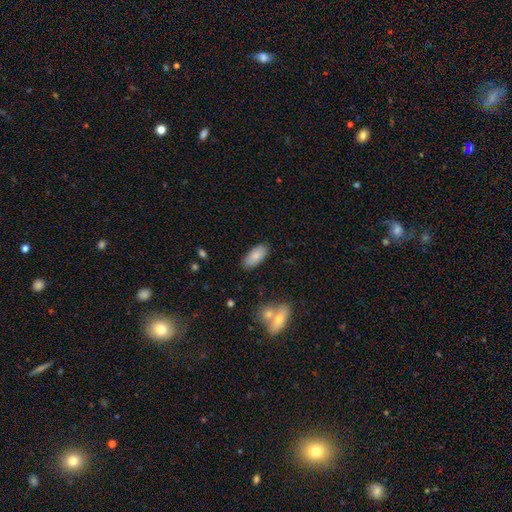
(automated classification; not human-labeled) Smooth or featured: smooth — 83% (featured or disk — 10%)
How rounded: in between — 88% (cigar-shaped — 10%)
Merging: none — 84% (minor disturbance — 11%)